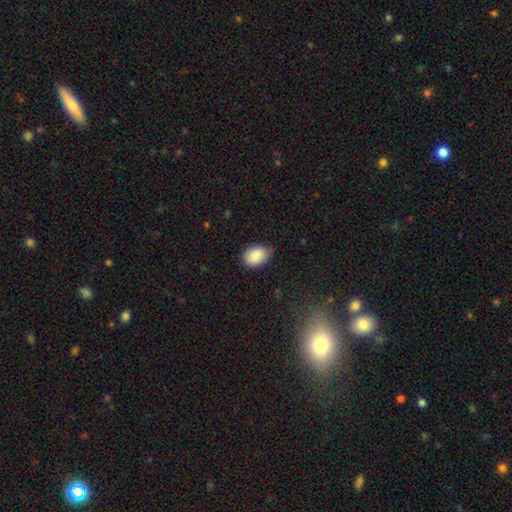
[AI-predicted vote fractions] Q: Smooth or featured?
A: smooth (87%); runner-up: star or artifact (7%)
Q: How rounded?
A: in between (83%); runner-up: round (16%)
Q: Merging?
A: none (67%); runner-up: minor disturbance (28%)